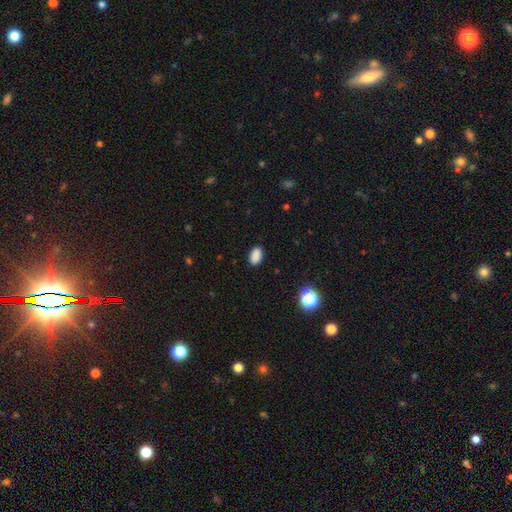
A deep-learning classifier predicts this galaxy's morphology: smooth-or-featured: smooth: 87% | star or artifact: 10% | featured or disk: 3%
  how-rounded: in between: 90% | round: 8% | cigar-shaped: 1%
  merging: none: 88% | minor disturbance: 9% | major disturbance: 2% | merger: 1%